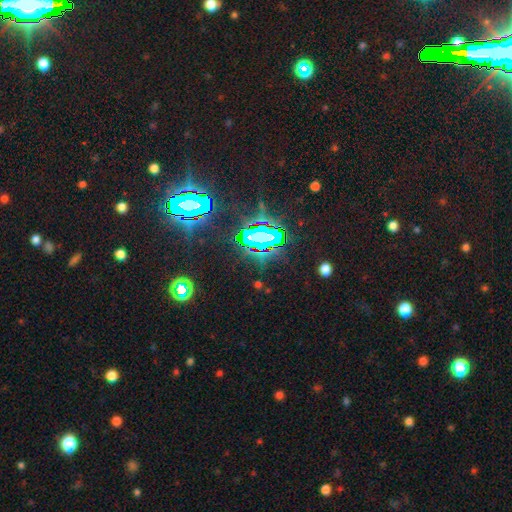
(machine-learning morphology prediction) smooth-or-featured: star or artifact: 79% | smooth: 11% | featured or disk: 10%